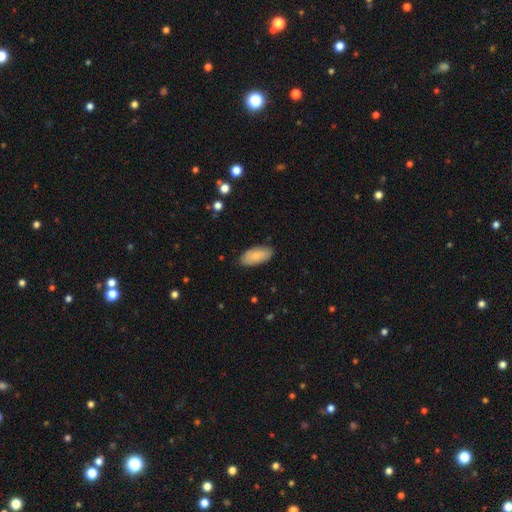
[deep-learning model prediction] Smooth or featured?
  - smooth: 82% *
  - featured or disk: 12%
  - star or artifact: 6%
How rounded?
  - in between: 90% *
  - cigar-shaped: 9%
  - round: 2%
Merging?
  - none: 84% *
  - minor disturbance: 13%
  - major disturbance: 2%
  - merger: 1%